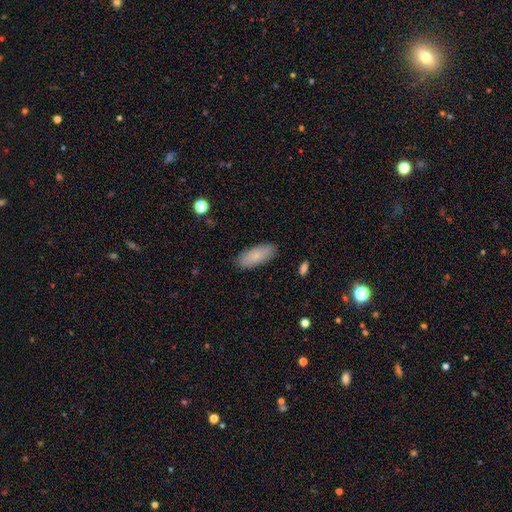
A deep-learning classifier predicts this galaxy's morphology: smooth 83%, featured or disk 11%, star or artifact 6%. Down the decision tree: how rounded — in between (77%); merging — none (88%).